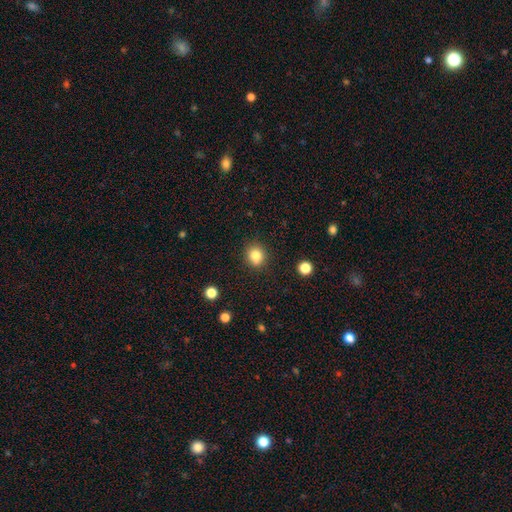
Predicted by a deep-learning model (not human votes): A smooth galaxy with no disk features (82%) that is round (81%). Merging: none (86%).